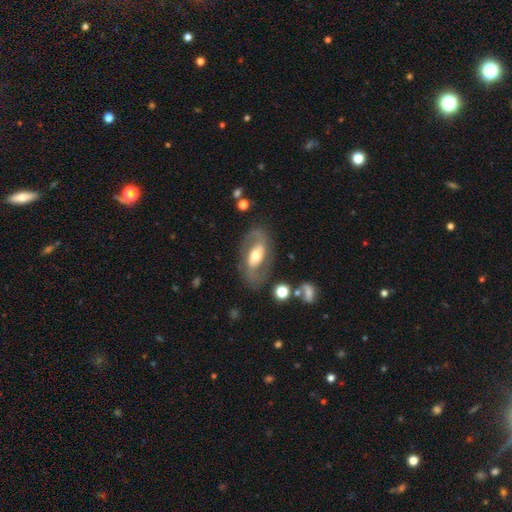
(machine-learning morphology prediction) This appears to be a featured or disk galaxy (76%) with a weak bar (35%), 2 (86%) medium (49%) spiral arms (82%) and a moderate central bulge (64%). Merging: none (73%).